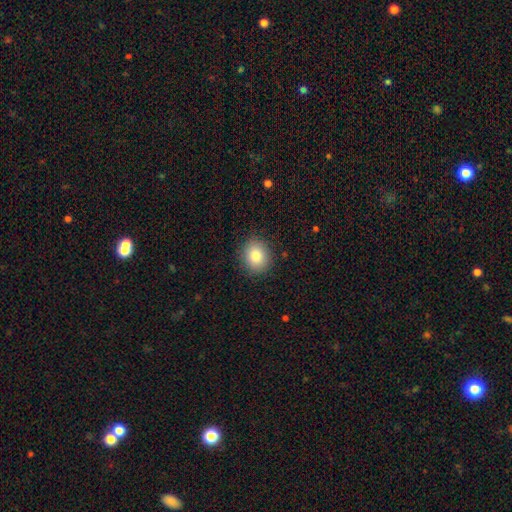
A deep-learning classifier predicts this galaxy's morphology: Smooth or featured? smooth (84%)
How rounded? round (74%)
Merging? none (88%)